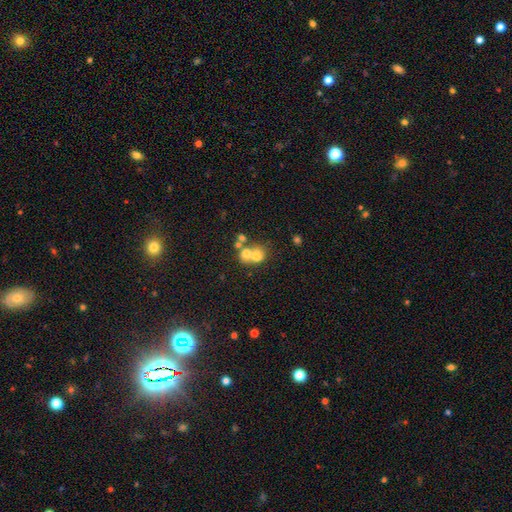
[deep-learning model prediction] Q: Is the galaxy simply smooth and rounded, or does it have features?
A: smooth — 67%.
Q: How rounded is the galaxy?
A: round — 73%.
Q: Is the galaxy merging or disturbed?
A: merger — 60%.